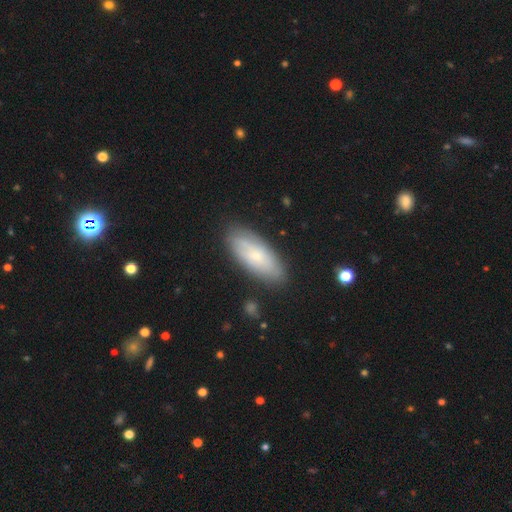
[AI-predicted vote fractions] A smooth galaxy with no disk features (61%) that is in between round and cigar-shaped (79%).

Vote fractions:
- Smooth or featured? smooth: 61% / featured or disk: 33% / star or artifact: 6%
- How rounded? in between: 79% / cigar-shaped: 19% / round: 2%
- Merging? none: 81% / minor disturbance: 14% / major disturbance: 3% / merger: 2%